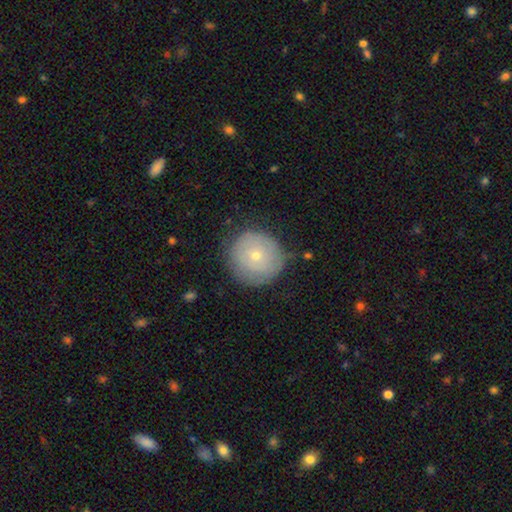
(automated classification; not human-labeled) Smooth or featured?
  - smooth: 61% *
  - featured or disk: 31%
  - star or artifact: 8%
How rounded?
  - round: 94% *
  - in between: 5%
  - cigar-shaped: 1%
Merging?
  - none: 76% *
  - minor disturbance: 17%
  - major disturbance: 5%
  - merger: 2%